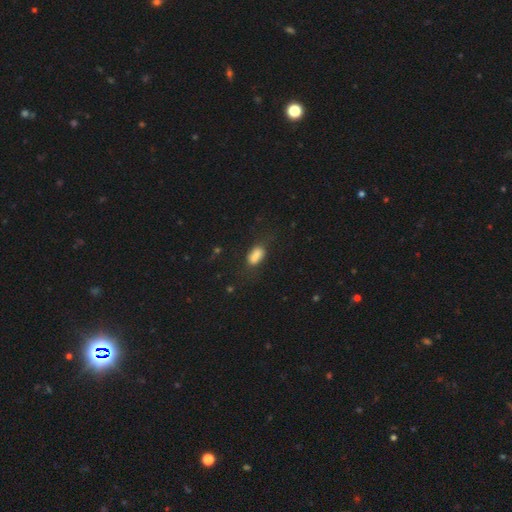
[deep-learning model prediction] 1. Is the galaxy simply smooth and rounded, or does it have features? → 82% smooth, 10% star or artifact, 9% featured or disk.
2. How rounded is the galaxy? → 86% in between, 8% cigar-shaped, 6% round.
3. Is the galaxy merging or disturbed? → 59% none, 24% minor disturbance, 13% major disturbance, 4% merger.